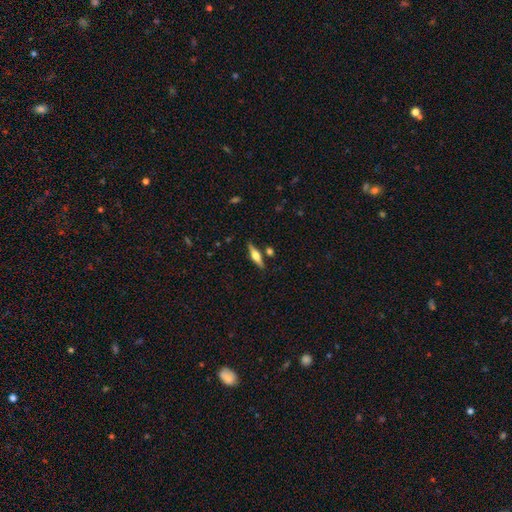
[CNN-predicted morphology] smooth_or_featured: featured or disk (p=0.60) [alt: smooth p=0.34]
disk_edge_on: yes (p=0.96) [alt: no p=0.04]
edge_on_bulge: rounded (p=0.91) [alt: boxy p=0.07]
merging: none (p=0.83) [alt: minor disturbance p=0.10]